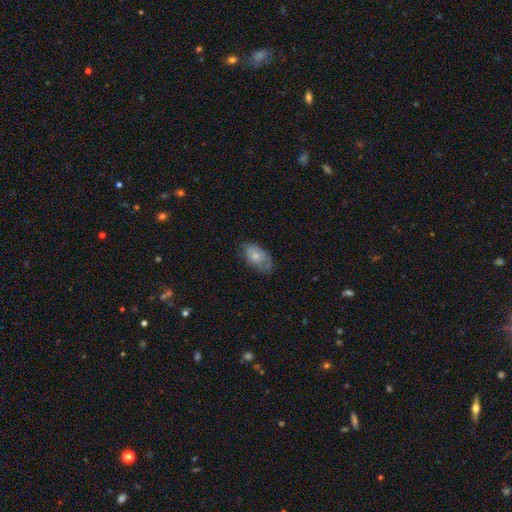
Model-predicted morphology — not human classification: smooth-or-featured: smooth: 63% | featured or disk: 29% | star or artifact: 7%
  how-rounded: in between: 91% | round: 7% | cigar-shaped: 2%
  merging: none: 55% | minor disturbance: 32% | major disturbance: 12% | merger: 2%